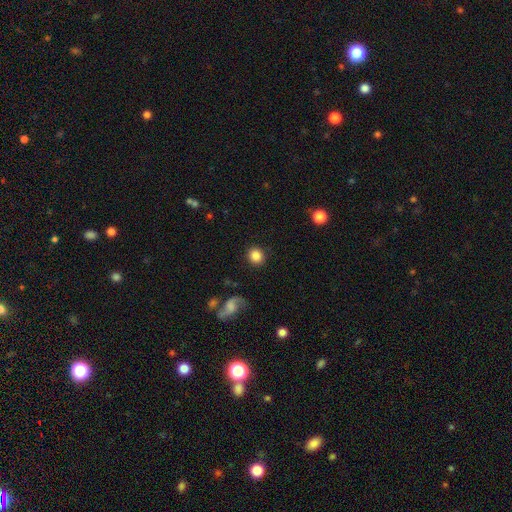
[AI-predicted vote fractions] This appears to be a smooth galaxy with no disk features (83%) that is round (86%). Merging: none (89%).